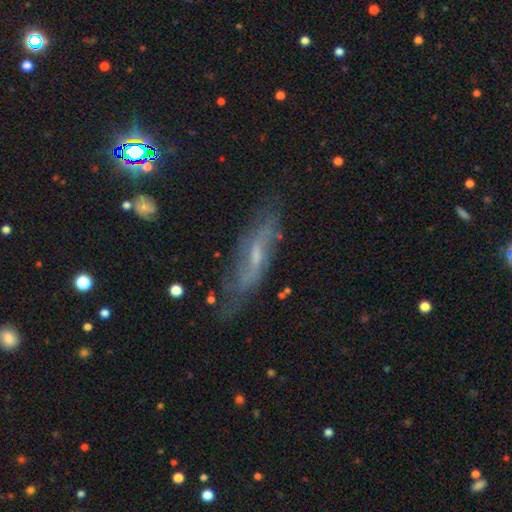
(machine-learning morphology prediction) This is likely a featured or disk galaxy (66%). It is likely not viewed edge-on (64%). Merging: likely none (67%).